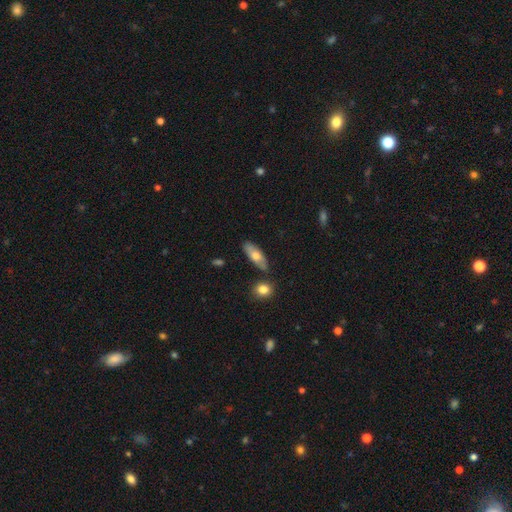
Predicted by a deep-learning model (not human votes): smooth-or-featured: smooth: 68% | featured or disk: 26% | star or artifact: 6%
  how-rounded: in between: 71% | cigar-shaped: 26% | round: 3%
  merging: none: 77% | minor disturbance: 14% | merger: 7% | major disturbance: 3%